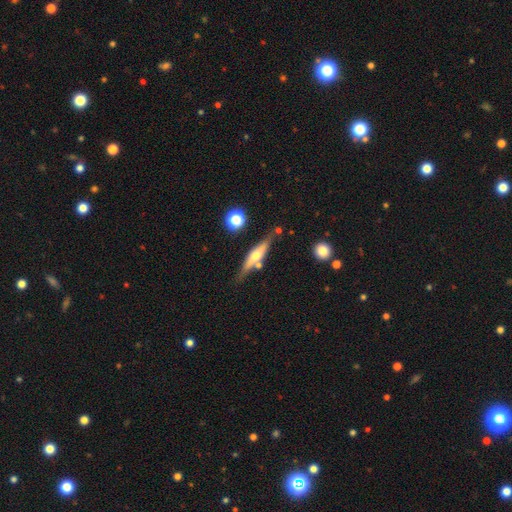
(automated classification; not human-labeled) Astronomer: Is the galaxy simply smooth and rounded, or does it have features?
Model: featured or disk — 63%.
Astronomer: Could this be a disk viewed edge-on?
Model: yes — 93%.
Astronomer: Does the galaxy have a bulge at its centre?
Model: rounded — 88%.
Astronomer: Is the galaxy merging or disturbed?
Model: none — 73%.